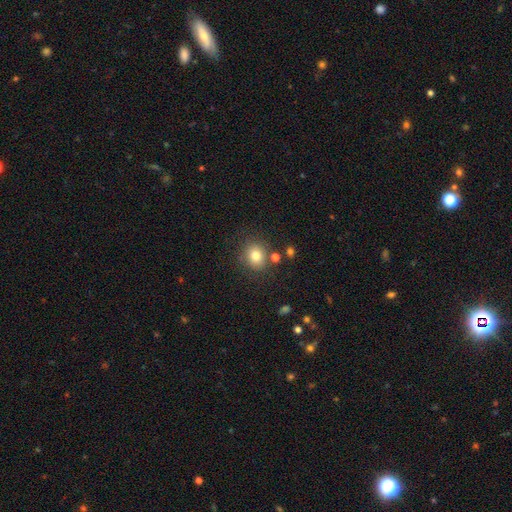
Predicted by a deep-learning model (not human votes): Smooth or featured?
  - smooth: 78% *
  - star or artifact: 12%
  - featured or disk: 9%
How rounded?
  - round: 79% *
  - in between: 20%
  - cigar-shaped: 1%
Merging?
  - none: 79% *
  - minor disturbance: 10%
  - merger: 7%
  - major disturbance: 4%